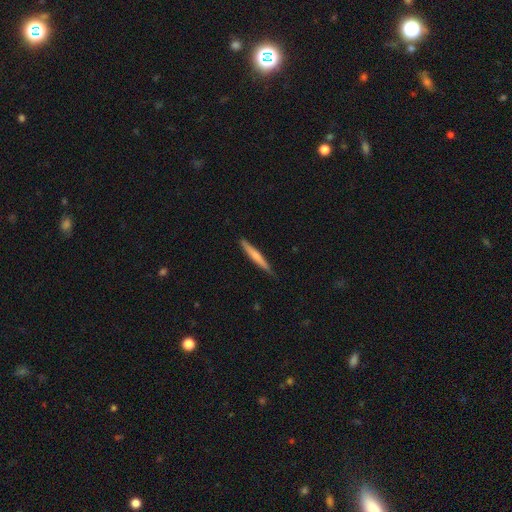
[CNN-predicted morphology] Smooth or featured?
  - smooth: 58% *
  - featured or disk: 36%
  - star or artifact: 5%
How rounded?
  - cigar-shaped: 96% *
  - in between: 3%
  - round: 1%
Merging?
  - none: 85% *
  - minor disturbance: 12%
  - major disturbance: 2%
  - merger: 1%